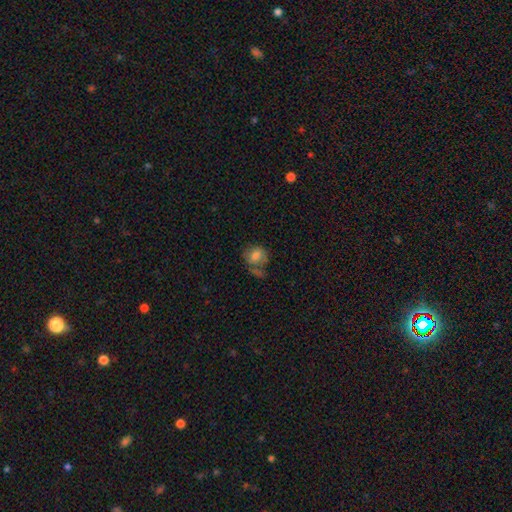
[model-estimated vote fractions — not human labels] This appears to be a smooth galaxy with no disk features (73%) that is round (66%). Merging: none (45%).